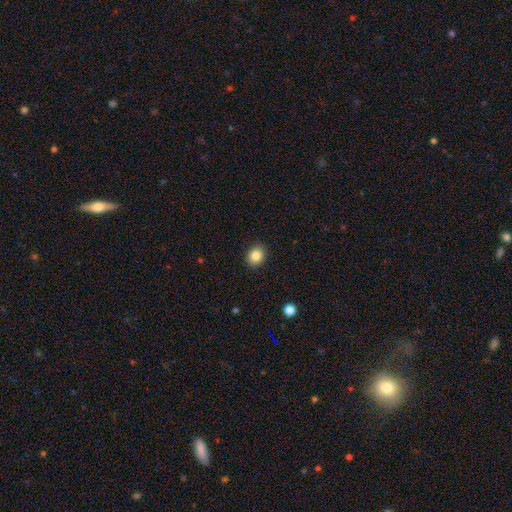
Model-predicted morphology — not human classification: smooth 84%, star or artifact 9%, featured or disk 7%. Down the decision tree: how rounded — round (59%); merging — none (90%).